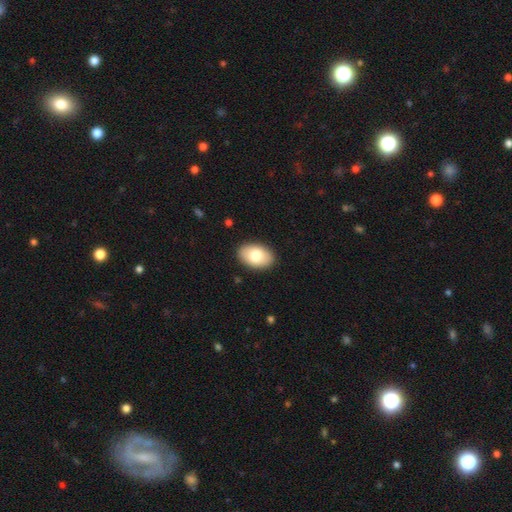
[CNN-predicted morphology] type=smooth (77%); roundness=in between (91%); merging=none (90%).